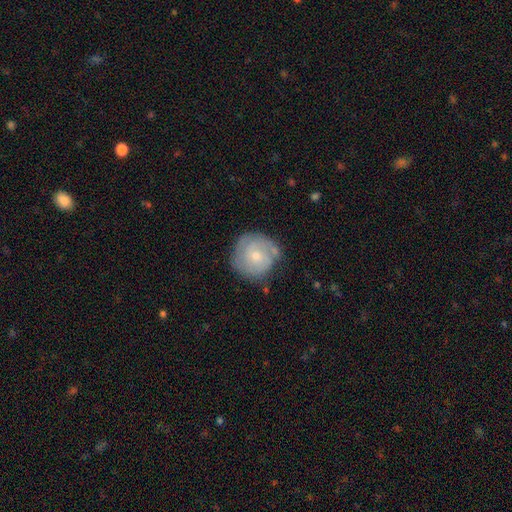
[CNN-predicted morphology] Overall: featured or disk (59%; smooth 34%). Edge-on disk: no (97%). Bar: no (75%). Spiral arms: yes (81%). Bulge size: small (61%; moderate 35%). Merging: none (67%).